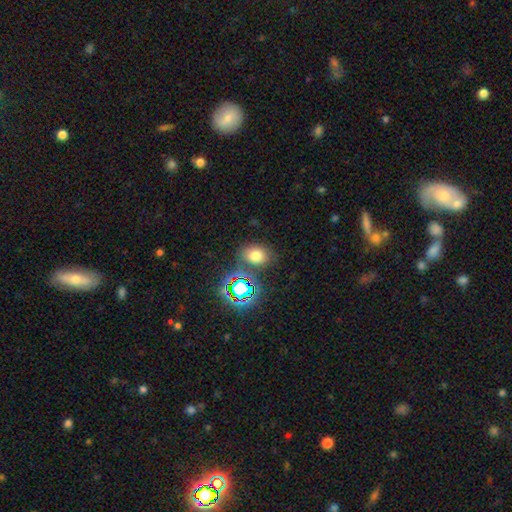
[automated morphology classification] Q: Smooth or featured?
A: smooth (68%); runner-up: star or artifact (23%)
Q: How rounded?
A: in between (66%); runner-up: round (33%)
Q: Merging?
A: none (74%); runner-up: minor disturbance (13%)